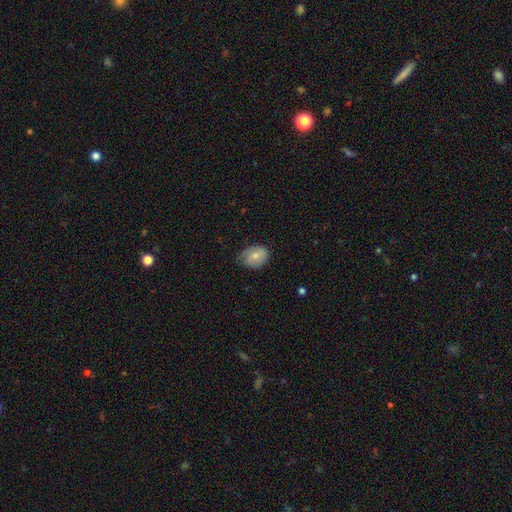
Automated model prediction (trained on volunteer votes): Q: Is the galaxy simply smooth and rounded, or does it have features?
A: smooth — 60%.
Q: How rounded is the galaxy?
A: in between — 67%.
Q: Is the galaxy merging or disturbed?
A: none — 58%.